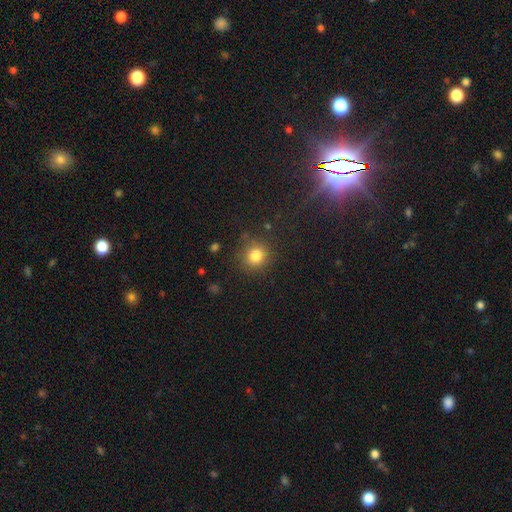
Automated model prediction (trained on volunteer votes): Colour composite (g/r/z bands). It shows a smooth galaxy with no disk features (82%) that is round (89%). Merging: none (84%).